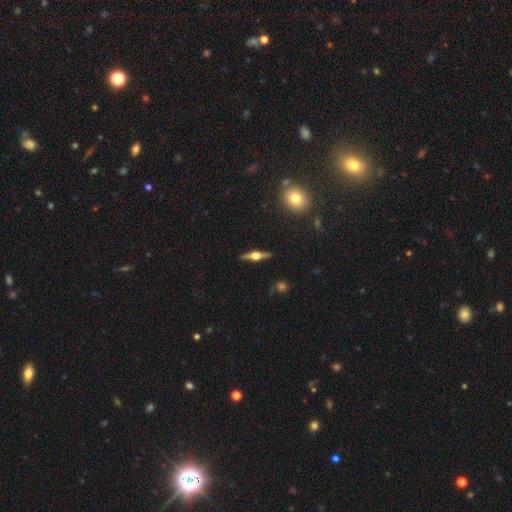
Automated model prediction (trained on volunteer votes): Morphology: type=featured or disk (76%); edge-on=yes (97%); edge-on bulge=rounded (95%); merging=none (90%).